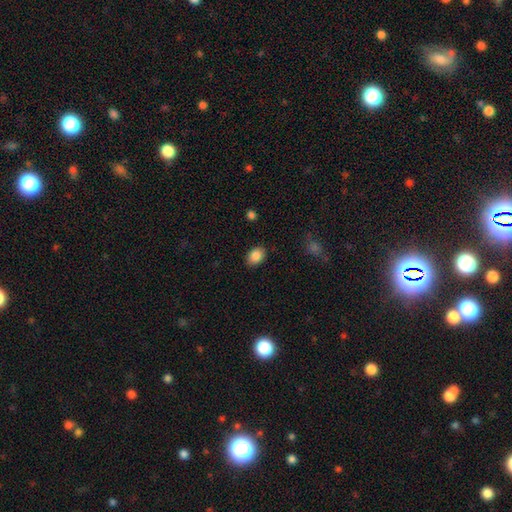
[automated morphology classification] Q: Smooth or featured?
A: smooth (87%); runner-up: star or artifact (8%)
Q: How rounded?
A: in between (71%); runner-up: round (28%)
Q: Merging?
A: none (87%); runner-up: minor disturbance (9%)